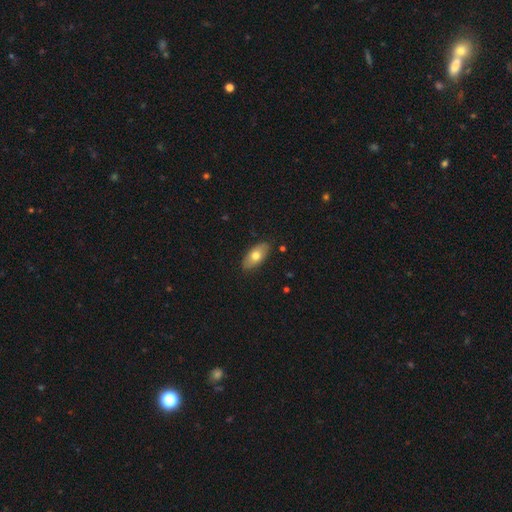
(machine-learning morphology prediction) smooth-or-featured: smooth: 69% | featured or disk: 25% | star or artifact: 6%
  how-rounded: in between: 91% | cigar-shaped: 6% | round: 3%
  merging: none: 86% | minor disturbance: 11% | major disturbance: 2% | merger: 1%